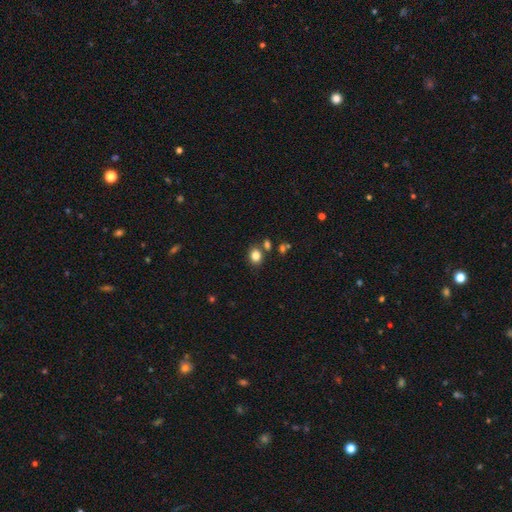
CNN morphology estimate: A smooth galaxy with no disk features (83%) that is round (58%).

Vote fractions:
- Smooth or featured? smooth: 83% / star or artifact: 12% / featured or disk: 6%
- How rounded? round: 58% / in between: 41% / cigar-shaped: 1%
- Merging? none: 75% / merger: 11% / minor disturbance: 11% / major disturbance: 3%